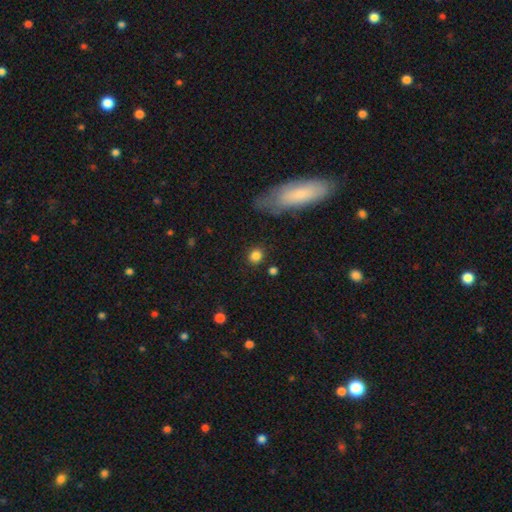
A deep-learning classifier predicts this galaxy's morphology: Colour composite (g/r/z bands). It shows a smooth galaxy with no disk features (84%) that is round (84%). Merging: none (86%).